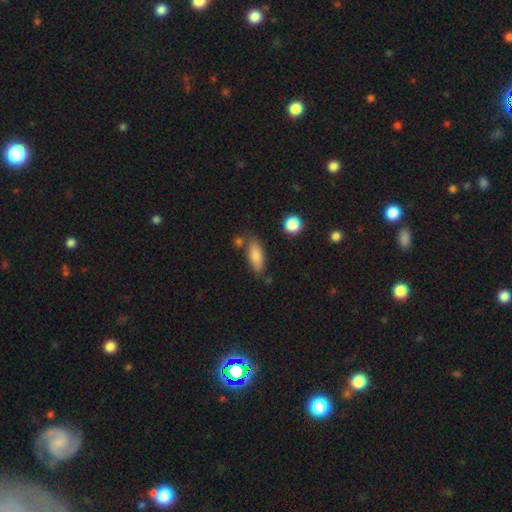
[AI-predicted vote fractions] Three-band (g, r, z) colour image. It shows a smooth galaxy with no disk features (83%) that is in between round and cigar-shaped (76%). Merging: none (72%).